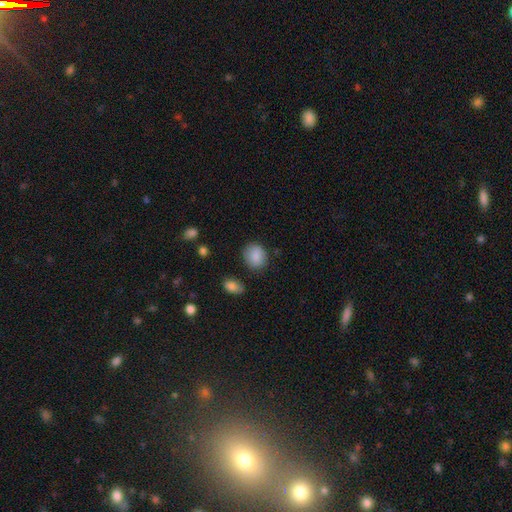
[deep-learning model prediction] This appears to be a smooth galaxy with no disk features (86%) that is round (59%). Merging: none (80%).